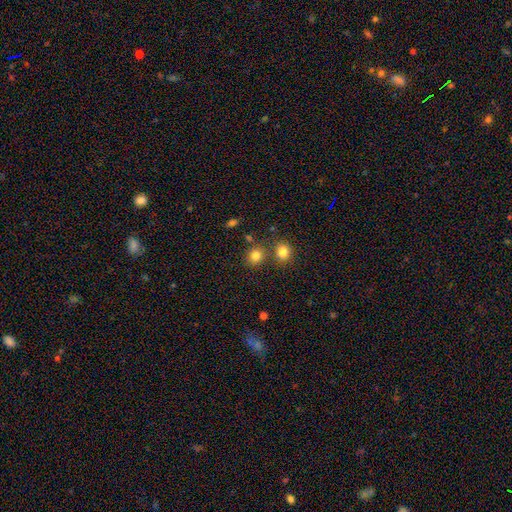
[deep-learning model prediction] smooth_or_featured: smooth (p=0.81) [alt: star or artifact p=0.12]
how_rounded: round (p=0.77) [alt: in between p=0.22]
merging: none (p=0.68) [alt: merger p=0.19]